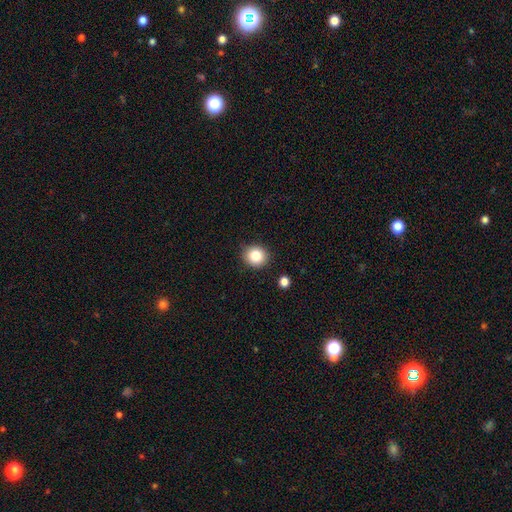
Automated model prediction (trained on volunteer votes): A smooth galaxy with no disk features (85%) that is round (85%). Merging: none (86%).